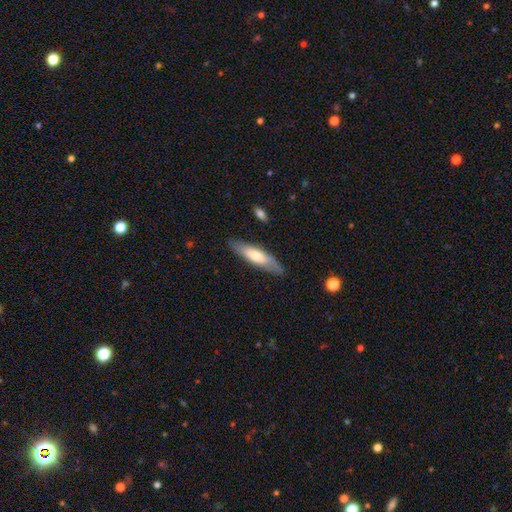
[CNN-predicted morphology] smooth-or-featured: smooth: 60% | featured or disk: 35% | star or artifact: 5%
  how-rounded: cigar-shaped: 70% | in between: 28% | round: 1%
  merging: none: 83% | minor disturbance: 13% | major disturbance: 3% | merger: 2%